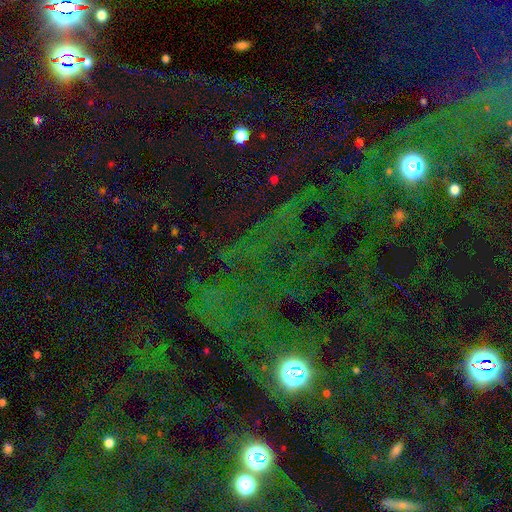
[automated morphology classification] A star or artifact, not a galaxy (76%).